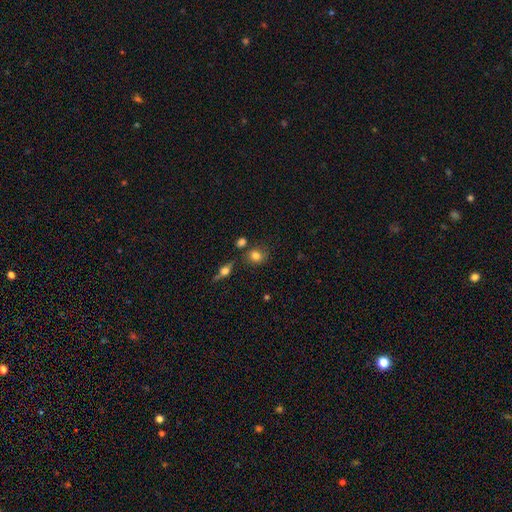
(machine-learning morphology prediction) smooth-or-featured: smooth: 77% | featured or disk: 12% | star or artifact: 11%
  how-rounded: round: 64% | in between: 34% | cigar-shaped: 2%
  merging: none: 71% | minor disturbance: 14% | merger: 11% | major disturbance: 4%